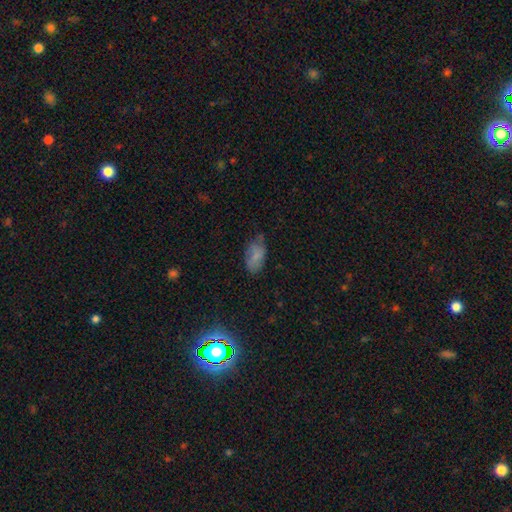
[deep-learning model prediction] smooth-or-featured: smooth: 75% | featured or disk: 15% | star or artifact: 10%
  how-rounded: in between: 93% | round: 4% | cigar-shaped: 3%
  merging: none: 61% | minor disturbance: 29% | major disturbance: 8% | merger: 2%